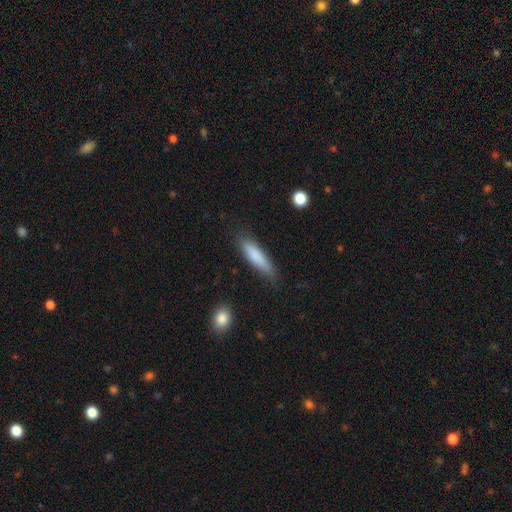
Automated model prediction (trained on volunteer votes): smooth-or-featured: smooth: 82% | featured or disk: 12% | star or artifact: 6%
  how-rounded: cigar-shaped: 74% | in between: 24% | round: 1%
  merging: none: 81% | minor disturbance: 14% | major disturbance: 3% | merger: 2%